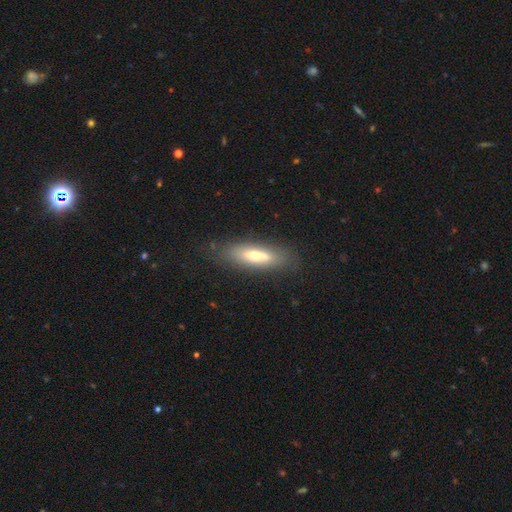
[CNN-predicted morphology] This appears to be a smooth galaxy with no disk features (59%) that is cigar-shaped (59%). Merging: none (79%).